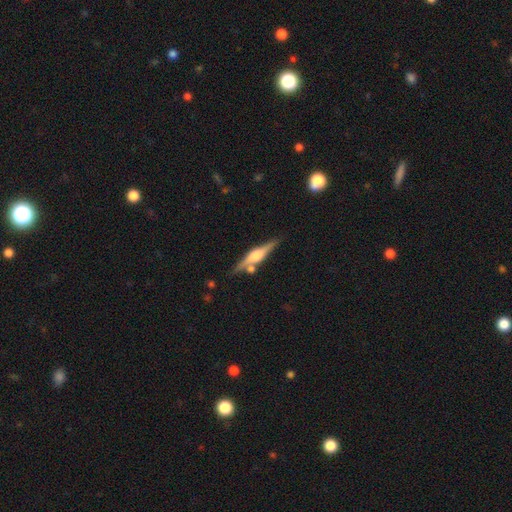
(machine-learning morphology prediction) smooth_or_featured: featured or disk (p=0.73) [alt: smooth p=0.20]
disk_edge_on: yes (p=0.97) [alt: no p=0.03]
edge_on_bulge: rounded (p=0.81) [alt: boxy p=0.15]
merging: none (p=0.77) [alt: minor disturbance p=0.12]